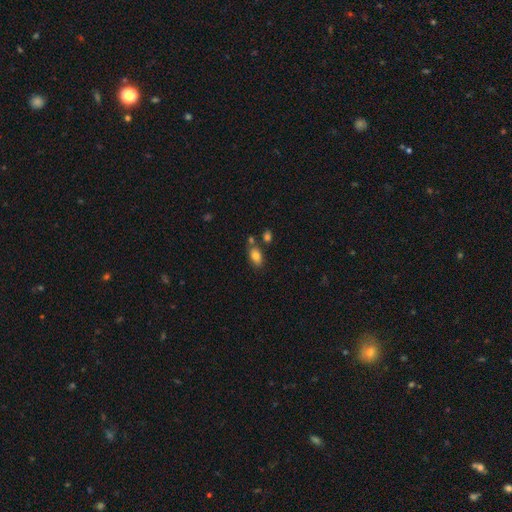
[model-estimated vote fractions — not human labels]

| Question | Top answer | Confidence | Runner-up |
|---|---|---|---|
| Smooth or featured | smooth | 81% | featured or disk (10%) |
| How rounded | in between | 88% | round (8%) |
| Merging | none | 67% | merger (15%) |